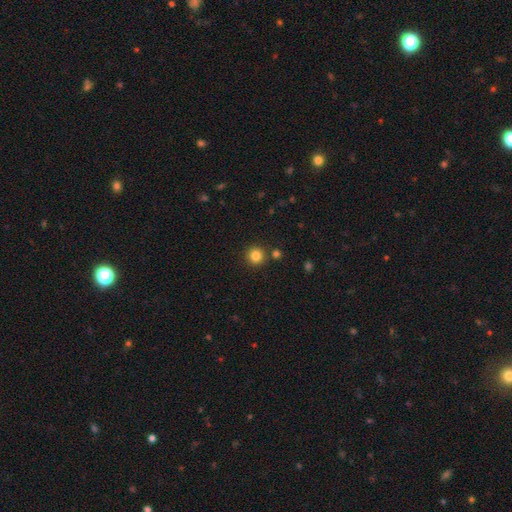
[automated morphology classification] type=smooth (83%); roundness=round (94%); merging=none (87%).